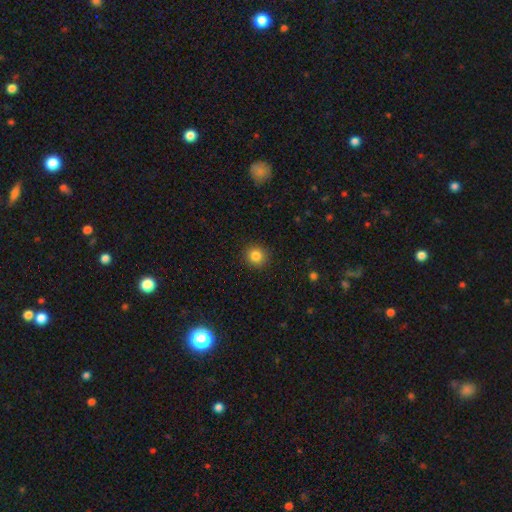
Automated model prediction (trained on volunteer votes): Smooth or featured? smooth (84%)
How rounded? round (92%)
Merging? none (91%)